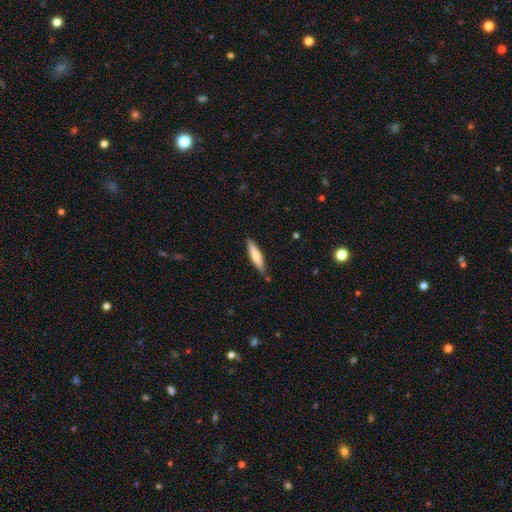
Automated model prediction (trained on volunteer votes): This is likely a smooth galaxy (66%). How rounded: likely cigar-shaped (79%). Merging: clearly none (81%).